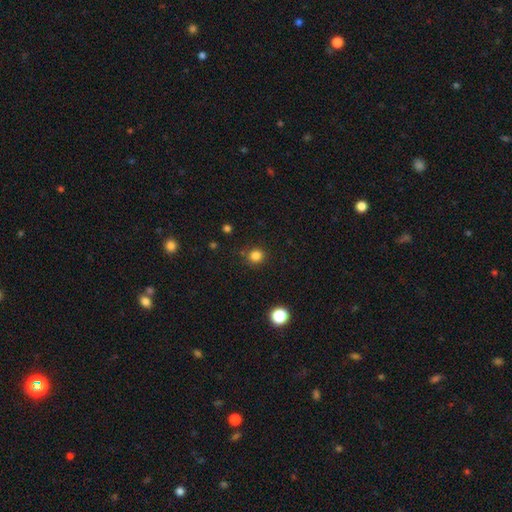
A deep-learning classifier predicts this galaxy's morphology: smooth-or-featured: smooth: 83% | star or artifact: 13% | featured or disk: 4%
  how-rounded: round: 90% | in between: 9% | cigar-shaped: 1%
  merging: none: 86% | minor disturbance: 9% | major disturbance: 3% | merger: 2%